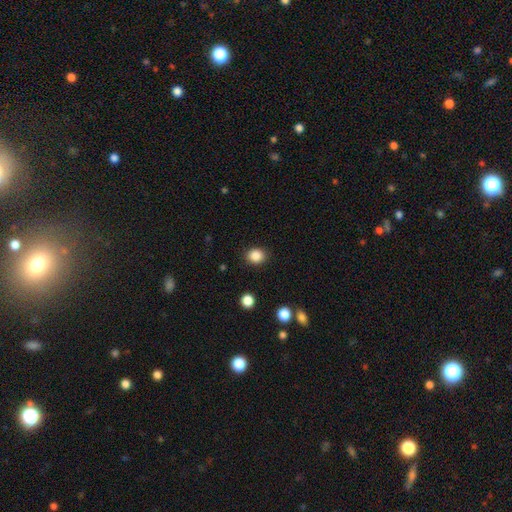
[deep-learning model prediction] Smooth or featured: smooth — 87% (star or artifact — 10%)
How rounded: round — 65% (in between — 34%)
Merging: none — 89% (minor disturbance — 7%)